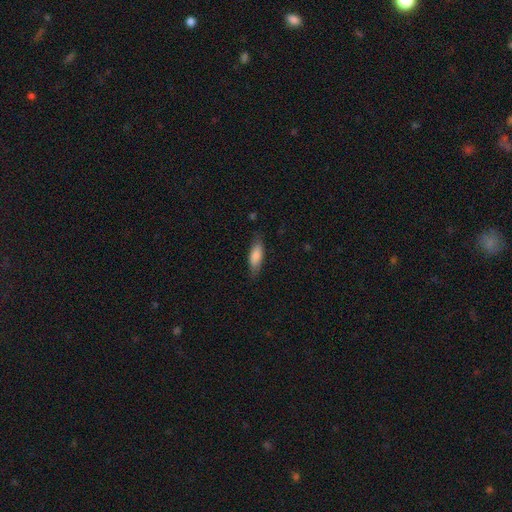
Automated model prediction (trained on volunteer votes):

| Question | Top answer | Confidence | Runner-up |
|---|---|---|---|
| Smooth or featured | smooth | 80% | featured or disk (14%) |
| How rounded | in between | 60% | cigar-shaped (38%) |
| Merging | none | 78% | minor disturbance (17%) |